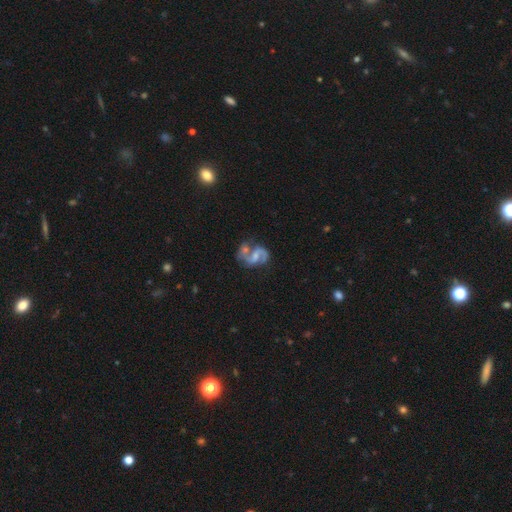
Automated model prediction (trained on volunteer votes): A featured or disk galaxy (84%) with a weak bar (50%), 2 (90%) medium (55%) spiral arms (94%) and a moderate central bulge (38%, tied with small). Merging: none (40%).